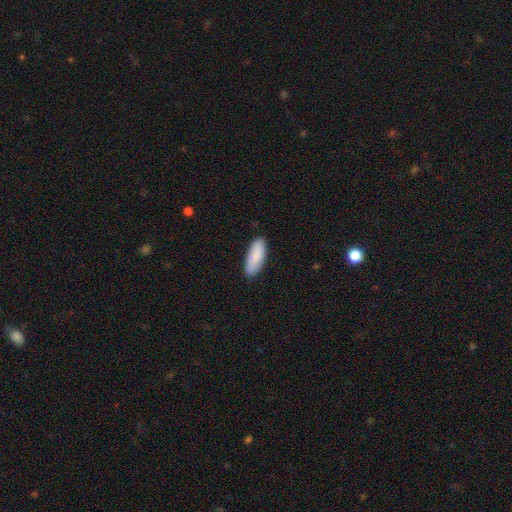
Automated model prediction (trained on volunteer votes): Overall: smooth (86%). How rounded: in between (74%). Merging: none (84%).